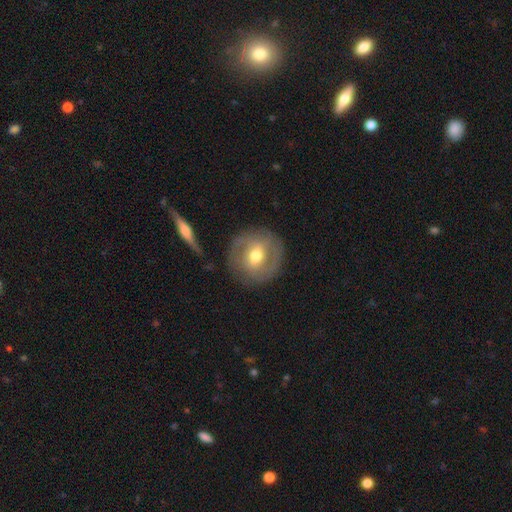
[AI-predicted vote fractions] This appears to be a featured or disk galaxy (59%) with a weak bar (47%), spiral arms (69%) and a moderate central bulge (74%). Merging: none (81%).